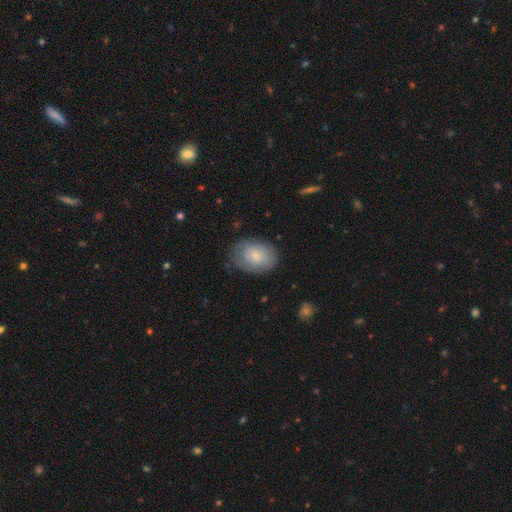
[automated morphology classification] type=smooth (72%); roundness=in between (77%); merging=none (74%).